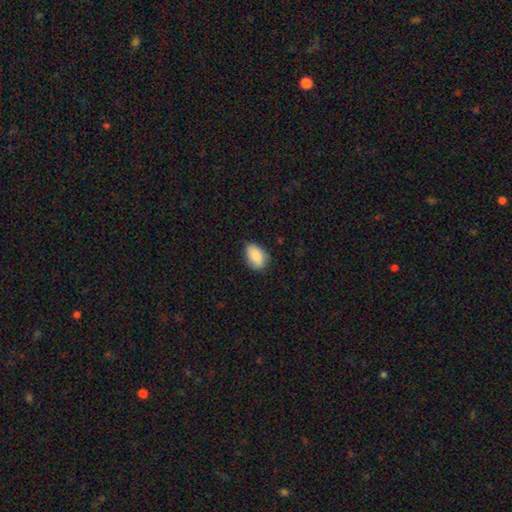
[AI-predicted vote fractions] The model was most divided on "merging": none: 73%, minor disturbance: 22%, major disturbance: 4%, merger: 1%. More confident: how rounded — in between (87%); smooth or featured — smooth (86%).